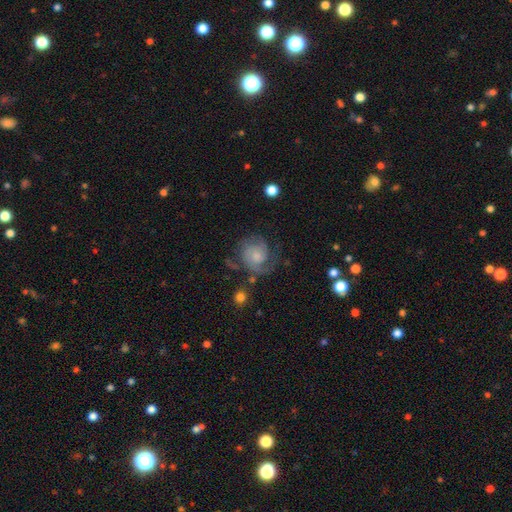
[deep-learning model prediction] A featured or disk galaxy (74%) with no bar (72%), 2 (54%) tight (45%) spiral arms (94%) and a small central bulge (40%).

Vote fractions:
- Smooth or featured? featured or disk: 74% / smooth: 19% / star or artifact: 7%
- Edge-on disk? no: 98% / yes: 2%
- Bar? no: 72% / weak: 25% / strong: 3%
- Spiral arms? yes: 94% / no: 6%
- Spiral winding? tight: 45% / medium: 40% / loose: 15%
- Spiral arm count? 2: 54% / can't tell: 16% / 1: 13% / 3: 11% / 4: 3% / more than 4: 3%
- Bulge size? small: 40% / moderate: 33% / none: 15% / large: 10% / dominant: 2%
- Merging? none: 59% / minor disturbance: 20% / major disturbance: 18% / merger: 3%